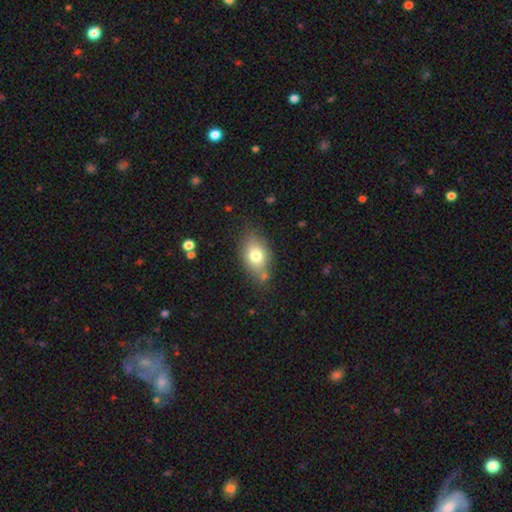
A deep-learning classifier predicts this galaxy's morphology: Overall: smooth (75%). How rounded: in between (81%). Merging: none (70%).